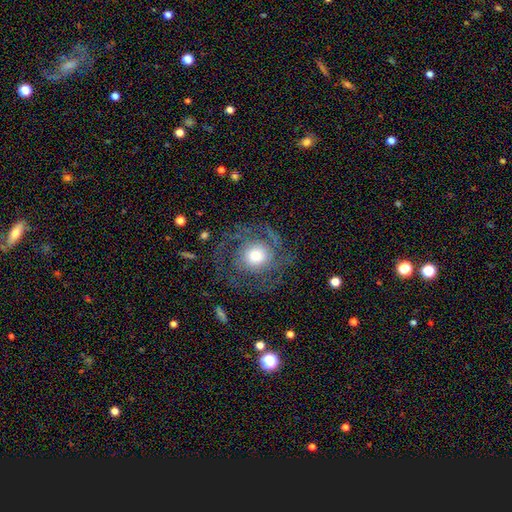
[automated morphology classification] smooth_or_featured: featured or disk (p=0.75) [alt: smooth p=0.17]
disk_edge_on: no (p=0.97) [alt: yes p=0.03]
bar: no (p=0.78) [alt: weak p=0.18]
has_spiral_arms: yes (p=0.90) [alt: no p=0.10]
spiral_winding: tight (p=0.47) [alt: medium p=0.38]
spiral_arm_count: 2 (p=0.32) [alt: can't tell p=0.25]
bulge_size: moderate (p=0.50) [alt: large p=0.28]
merging: none (p=0.69) [alt: major disturbance p=0.16]